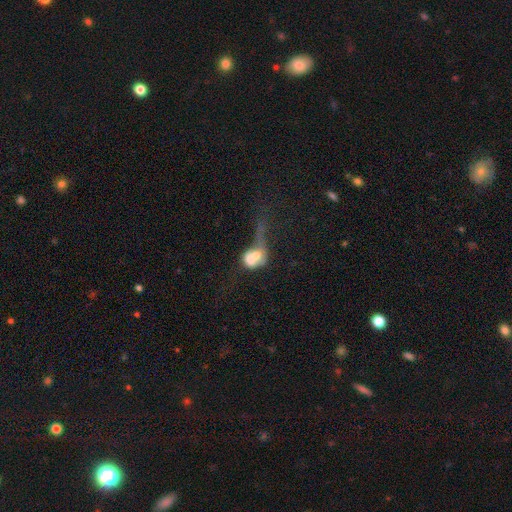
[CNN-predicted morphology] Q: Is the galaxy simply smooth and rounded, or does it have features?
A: smooth — 57%.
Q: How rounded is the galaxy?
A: round — 50%.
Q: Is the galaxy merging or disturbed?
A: merger — 67%.